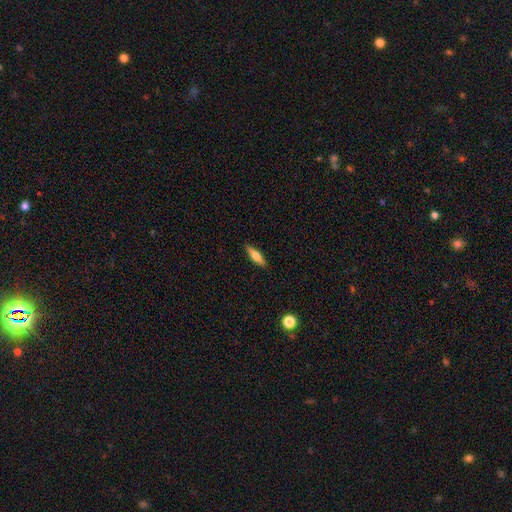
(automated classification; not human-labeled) Overall: smooth (52%; featured or disk 42%). How rounded: cigar-shaped (67%; in between 30%). Merging: none (90%).